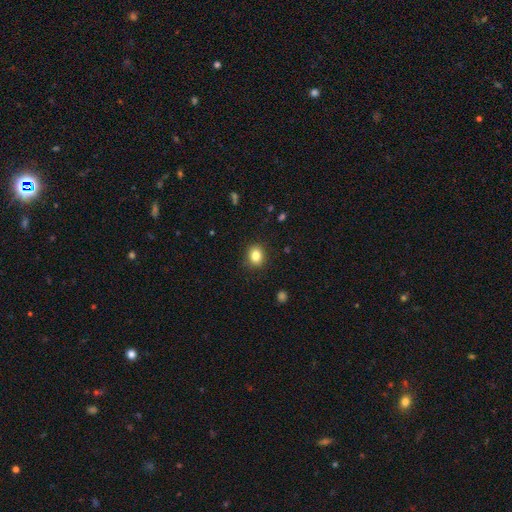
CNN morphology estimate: A smooth galaxy with no disk features (84%) that is round (53%).

Vote fractions:
- Smooth or featured? smooth: 84% / star or artifact: 10% / featured or disk: 6%
- How rounded? round: 53% / in between: 46% / cigar-shaped: 1%
- Merging? none: 88% / minor disturbance: 9% / major disturbance: 2% / merger: 1%